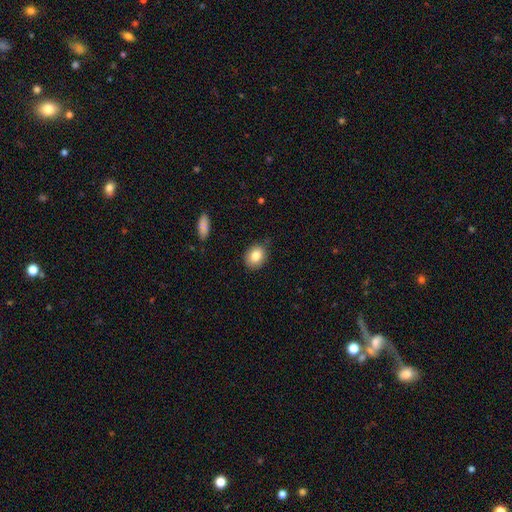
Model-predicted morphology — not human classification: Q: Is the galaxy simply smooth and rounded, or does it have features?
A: smooth — 83%.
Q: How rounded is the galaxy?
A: round — 53%.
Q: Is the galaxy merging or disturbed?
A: none — 83%.